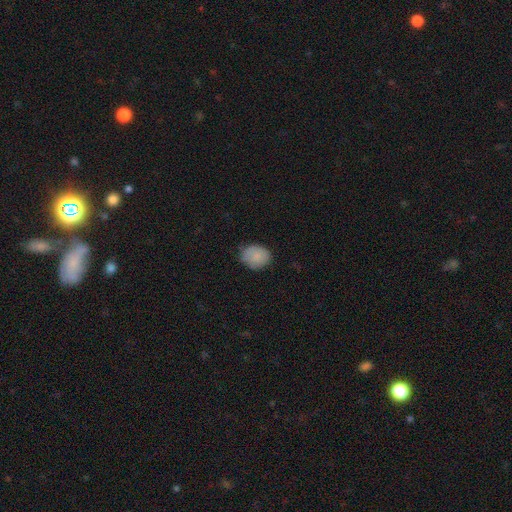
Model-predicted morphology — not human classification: Q: Smooth or featured?
A: smooth (85%); runner-up: featured or disk (8%)
Q: How rounded?
A: in between (53%); runner-up: round (46%)
Q: Merging?
A: none (72%); runner-up: minor disturbance (23%)